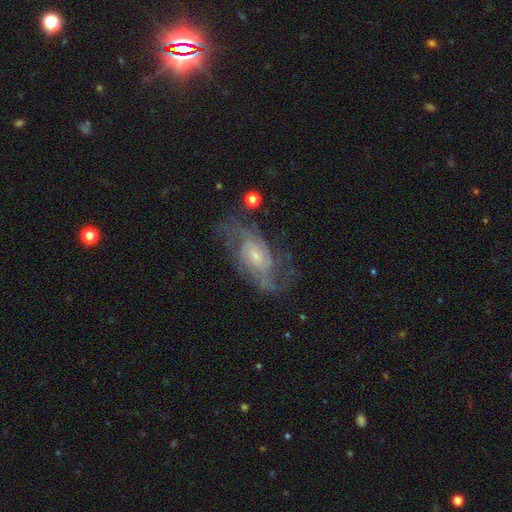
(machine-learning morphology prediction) Smooth or featured? Predicted: featured or disk (p=0.80). Edge-on disk? Predicted: no (p=0.95). Bar? Predicted: no (p=0.61). Spiral arms? Predicted: yes (p=0.91). Spiral winding? Predicted: medium (p=0.46). Spiral arm count? Predicted: 2 (p=0.45). Bulge size? Predicted: small (p=0.64). Merging? Predicted: none (p=0.64).